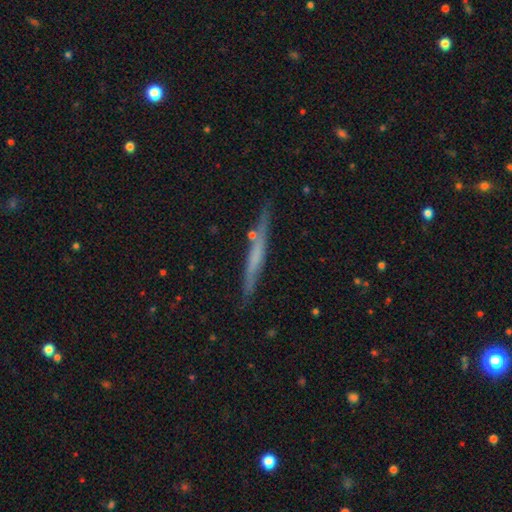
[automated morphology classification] type=featured or disk (51%); edge-on=yes (95%); merging=none (84%).